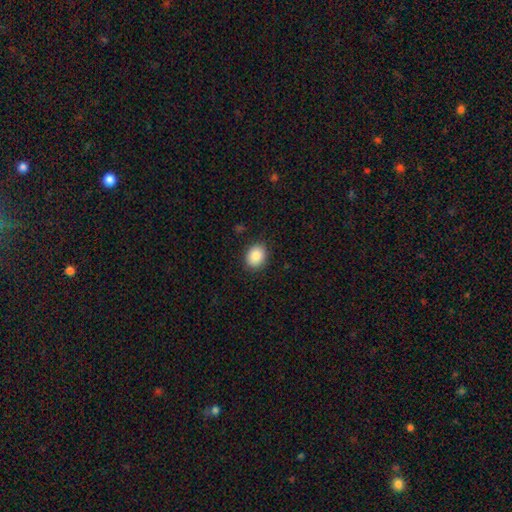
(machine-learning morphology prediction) type=smooth (88%); roundness=round (50%); merging=none (88%).